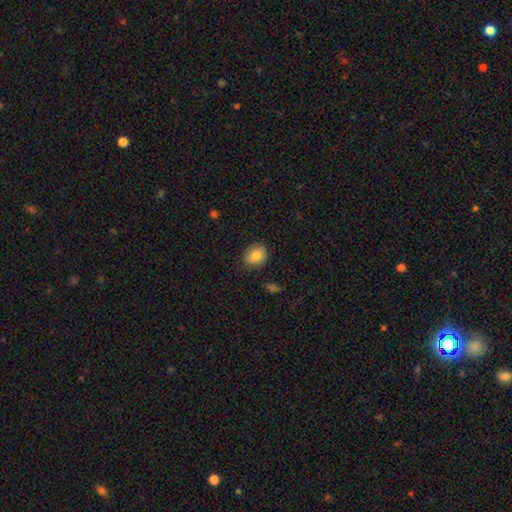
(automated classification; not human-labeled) smooth-or-featured: smooth: 82% | featured or disk: 9% | star or artifact: 9%
  how-rounded: round: 63% | in between: 36% | cigar-shaped: 1%
  merging: none: 82% | minor disturbance: 14% | major disturbance: 3% | merger: 1%